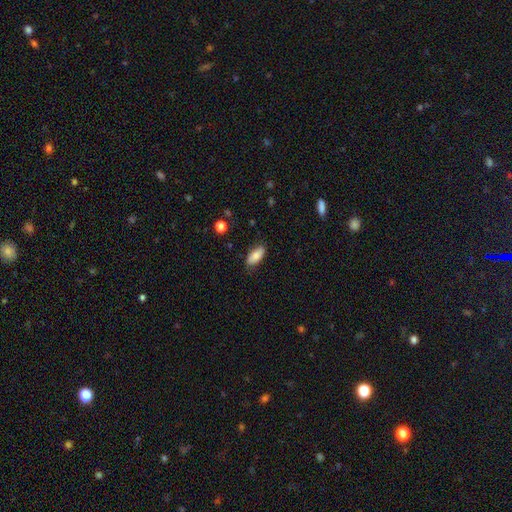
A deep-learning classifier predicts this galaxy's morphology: smooth_or_featured: smooth (p=0.83) [alt: featured or disk p=0.11]
how_rounded: in between (p=0.85) [alt: cigar-shaped p=0.12]
merging: none (p=0.82) [alt: minor disturbance p=0.14]